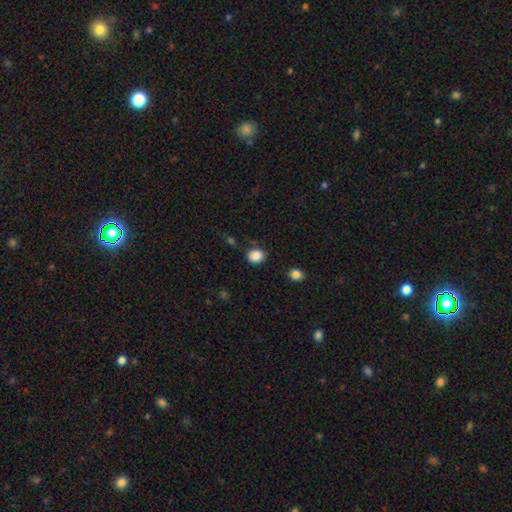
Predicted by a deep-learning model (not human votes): A smooth galaxy with no disk features (87%) that is round (66%). Merging: none (81%).